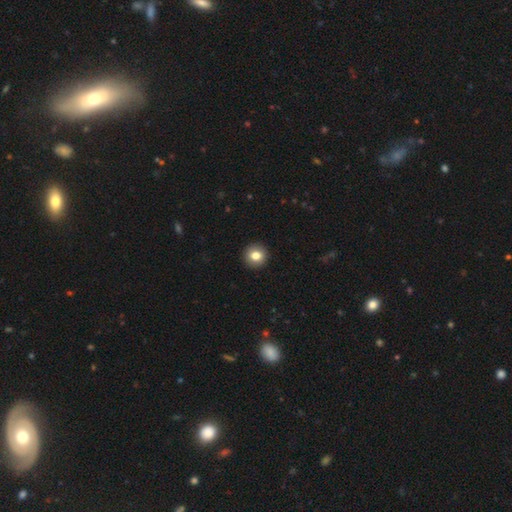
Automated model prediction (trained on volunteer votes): A smooth galaxy with no disk features (81%) that is round (92%).

Vote fractions:
- Smooth or featured? smooth: 81% / featured or disk: 10% / star or artifact: 9%
- How rounded? round: 92% / in between: 7% / cigar-shaped: 1%
- Merging? none: 93% / minor disturbance: 4% / major disturbance: 1% / merger: 1%